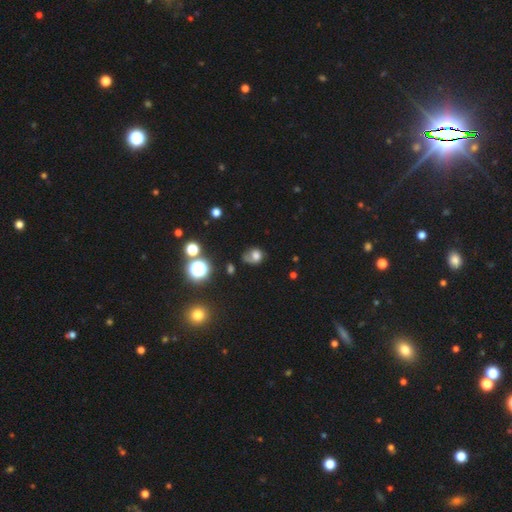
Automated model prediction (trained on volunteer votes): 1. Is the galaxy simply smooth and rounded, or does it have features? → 60% smooth, 24% featured or disk, 16% star or artifact.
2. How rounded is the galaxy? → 60% round, 39% in between, 1% cigar-shaped.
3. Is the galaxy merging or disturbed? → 38% none, 30% major disturbance, 26% minor disturbance, 6% merger.